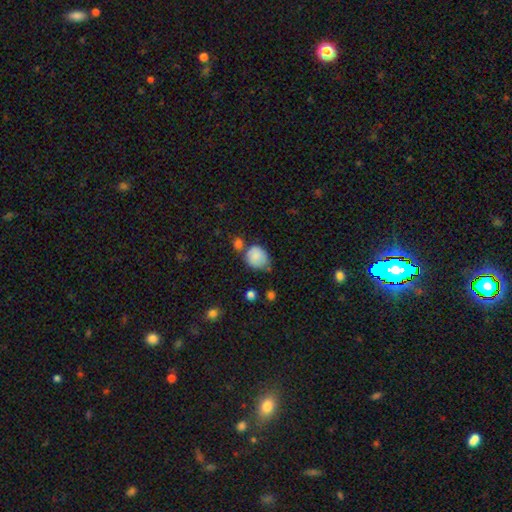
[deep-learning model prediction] Smooth or featured? smooth (82%)
How rounded? round (63%)
Merging? none (47%)